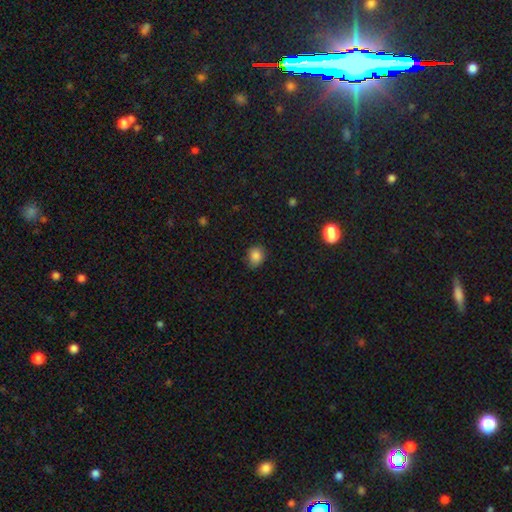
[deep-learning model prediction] A smooth galaxy with no disk features (85%) that is round (59%).

Vote fractions:
- Smooth or featured? smooth: 85% / star or artifact: 11% / featured or disk: 5%
- How rounded? round: 59% / in between: 40% / cigar-shaped: 1%
- Merging? none: 78% / minor disturbance: 18% / major disturbance: 3% / merger: 1%